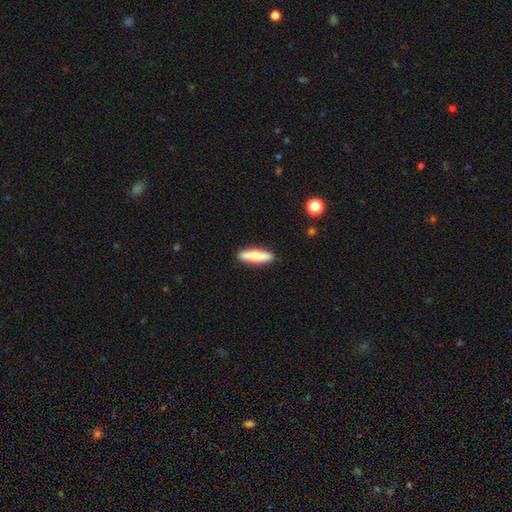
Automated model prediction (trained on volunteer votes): Smooth or featured? Predicted: smooth (p=0.59). How rounded? Predicted: cigar-shaped (p=0.71). Merging? Predicted: none (p=0.87).